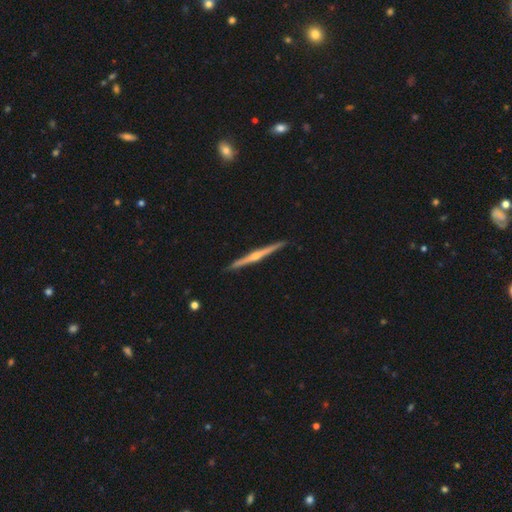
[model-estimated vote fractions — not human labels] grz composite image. It shows a featured or disk galaxy (82%) viewed edge-on (98%) with a rounded central bulge (85%). Merging: none (92%).